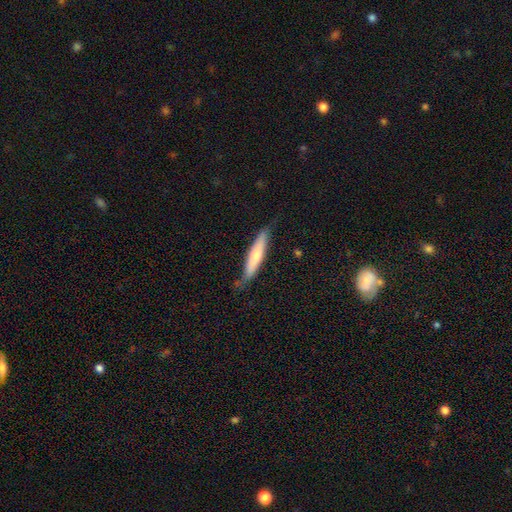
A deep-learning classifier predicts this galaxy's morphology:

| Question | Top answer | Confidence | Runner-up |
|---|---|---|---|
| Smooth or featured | smooth | 61% | featured or disk (34%) |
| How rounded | cigar-shaped | 85% | in between (14%) |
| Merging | none | 74% | minor disturbance (21%) |